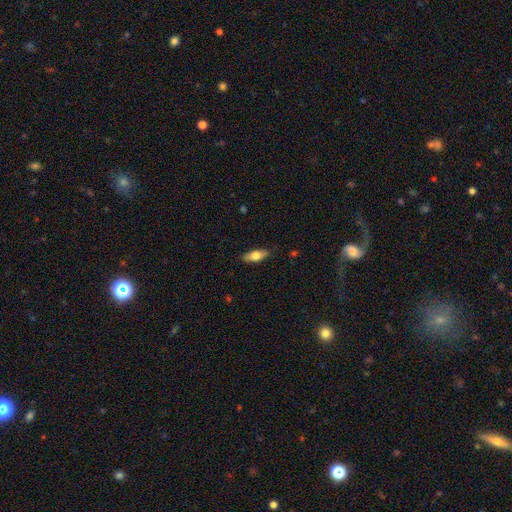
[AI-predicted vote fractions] A smooth galaxy with no disk features (69%) that is in between round and cigar-shaped (73%). Merging: none (87%).